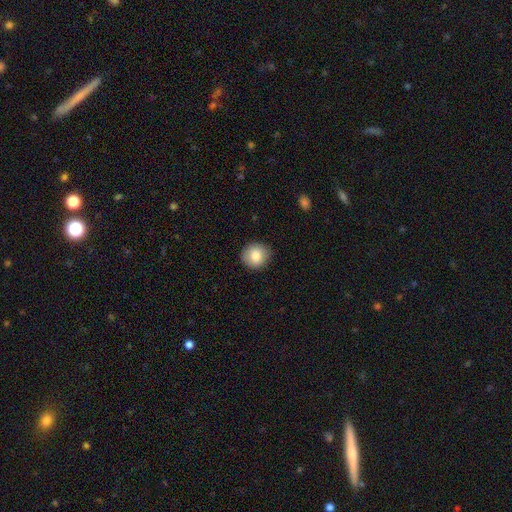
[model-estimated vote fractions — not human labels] Morphology: type=smooth (83%); roundness=round (88%); merging=none (89%).